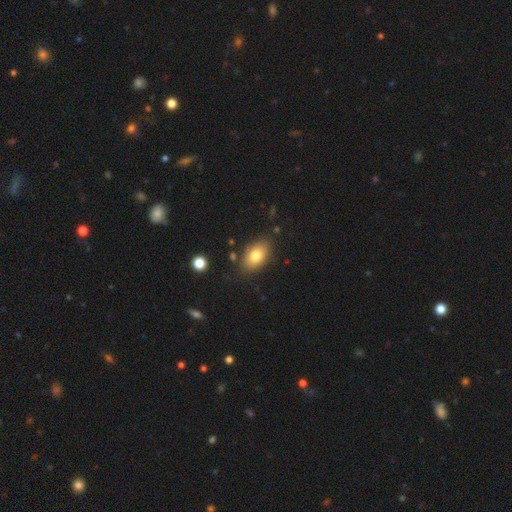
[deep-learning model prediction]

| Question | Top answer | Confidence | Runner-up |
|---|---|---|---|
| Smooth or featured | smooth | 78% | featured or disk (13%) |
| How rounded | in between | 88% | round (10%) |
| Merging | none | 82% | minor disturbance (12%) |